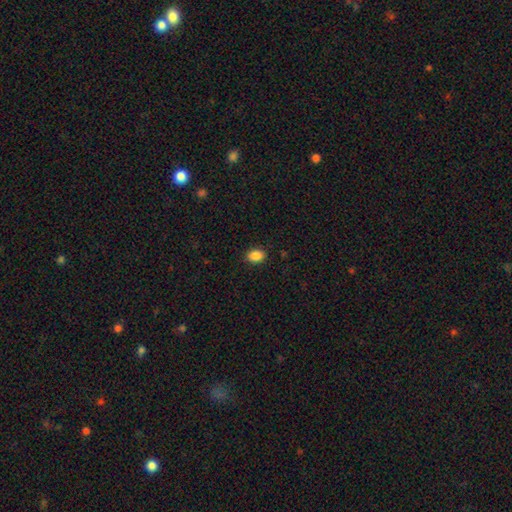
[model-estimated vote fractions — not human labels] A smooth galaxy with no disk features (87%) that is in between round and cigar-shaped (73%). Merging: none (89%).